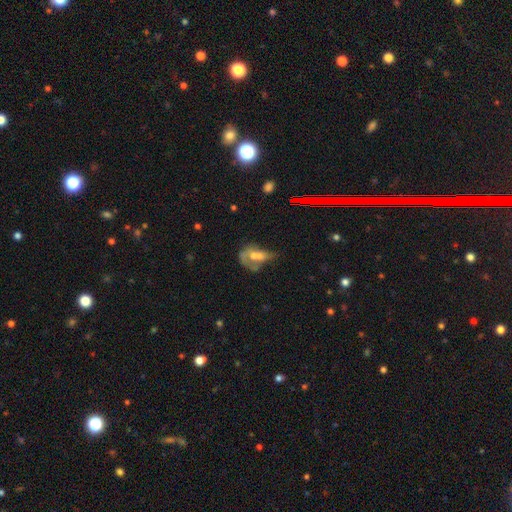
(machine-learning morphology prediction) smooth-or-featured: featured or disk: 46% | smooth: 42% | star or artifact: 12%
  merging: merger: 50% | major disturbance: 21% | none: 16% | minor disturbance: 12%